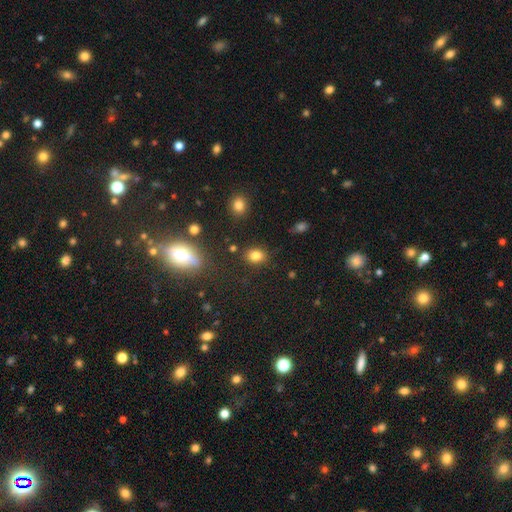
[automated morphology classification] This appears to be a smooth galaxy with no disk features (81%) that is in between round and cigar-shaped (56%). Merging: none (84%).